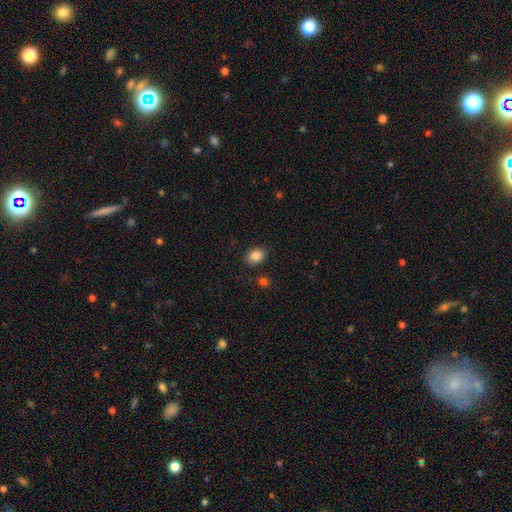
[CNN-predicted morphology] A smooth galaxy with no disk features (86%) that is in between round and cigar-shaped (69%).

Vote fractions:
- Smooth or featured? smooth: 86% / star or artifact: 9% / featured or disk: 5%
- How rounded? in between: 69% / round: 30% / cigar-shaped: 1%
- Merging? none: 86% / minor disturbance: 9% / merger: 3% / major disturbance: 2%